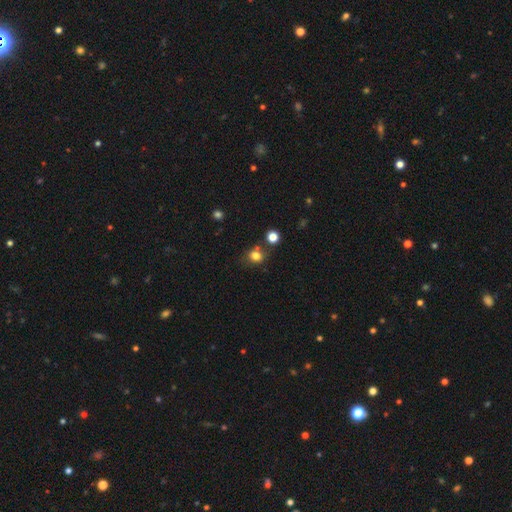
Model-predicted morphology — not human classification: Smooth or featured? smooth (78%)
How rounded? round (70%)
Merging? none (64%)